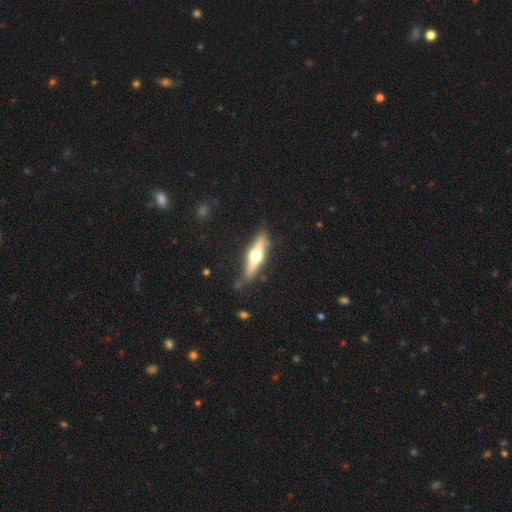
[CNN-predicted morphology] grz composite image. It shows a featured or disk galaxy (65%) viewed edge-on (95%) with a rounded central bulge (96%). Merging: none (83%).